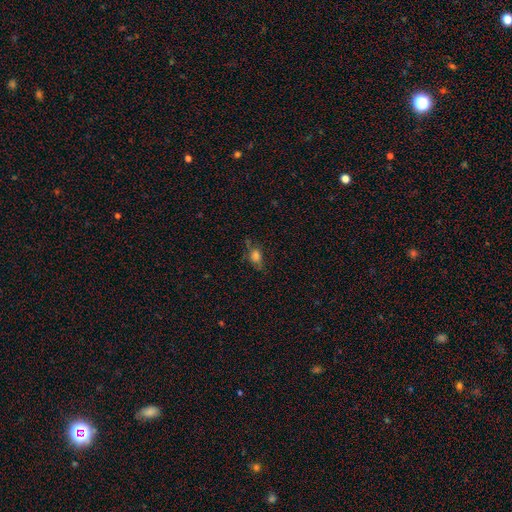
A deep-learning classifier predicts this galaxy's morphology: A smooth galaxy with no disk features (70%) that is in between round and cigar-shaped (70%). Merging: none (58%).